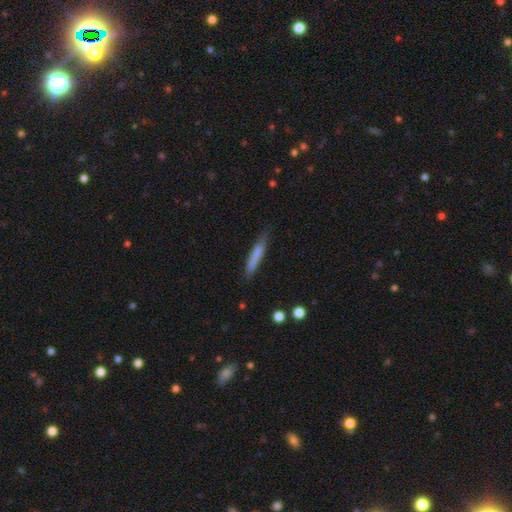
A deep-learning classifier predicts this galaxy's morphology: Smooth or featured? Predicted: smooth (p=0.73). How rounded? Predicted: cigar-shaped (p=0.93). Merging? Predicted: none (p=0.79).